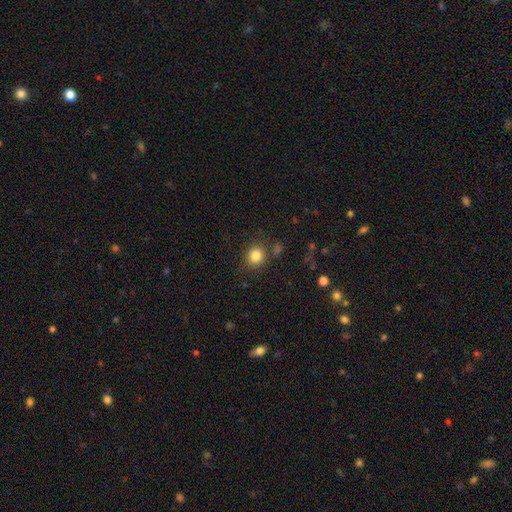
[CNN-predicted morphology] The model was most divided on "how rounded": round: 83%, in between: 16%, cigar-shaped: 1%. More confident: smooth or featured — smooth (84%); merging — none (81%).